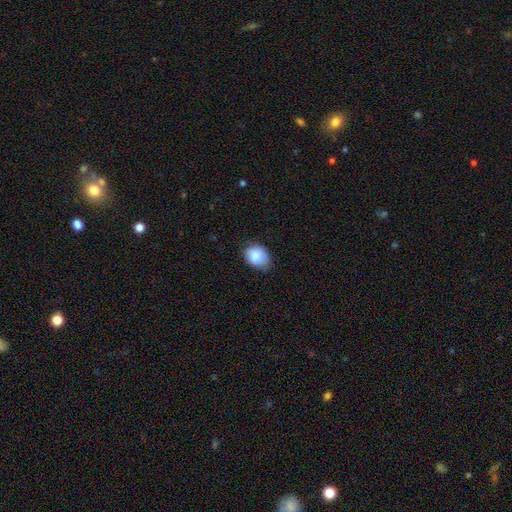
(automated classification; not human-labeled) smooth-or-featured: smooth: 86% | star or artifact: 8% | featured or disk: 6%
  how-rounded: in between: 63% | round: 36% | cigar-shaped: 1%
  merging: none: 60% | minor disturbance: 32% | major disturbance: 6% | merger: 1%